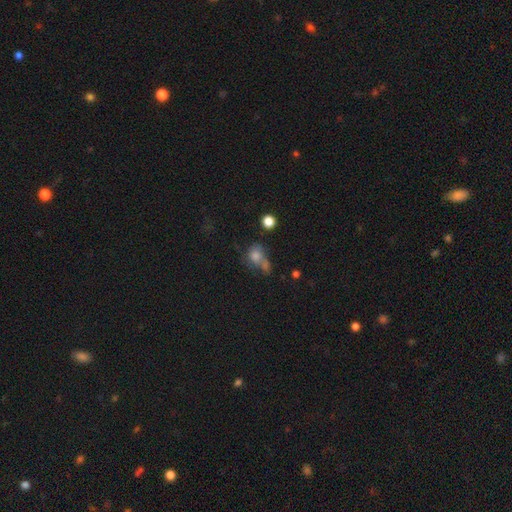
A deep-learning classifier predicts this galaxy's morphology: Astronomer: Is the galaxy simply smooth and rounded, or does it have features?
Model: smooth — 72%.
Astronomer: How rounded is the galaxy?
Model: round — 62%.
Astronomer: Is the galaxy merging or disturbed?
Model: merger — 36% (runner-up: none, 32%).